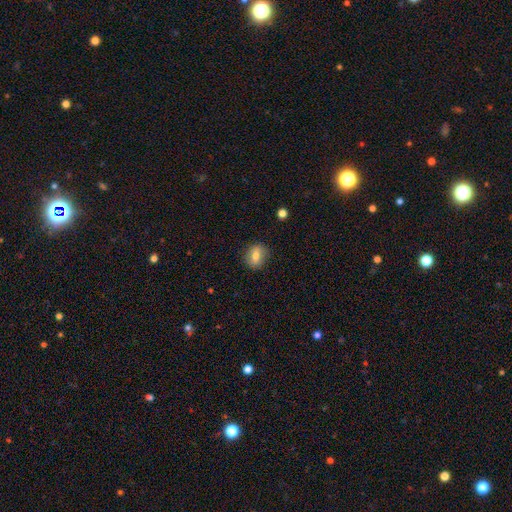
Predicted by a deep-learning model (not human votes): smooth_or_featured: smooth (p=0.70) [alt: featured or disk p=0.21]
how_rounded: round (p=0.57) [alt: in between p=0.41]
merging: none (p=0.85) [alt: minor disturbance p=0.11]